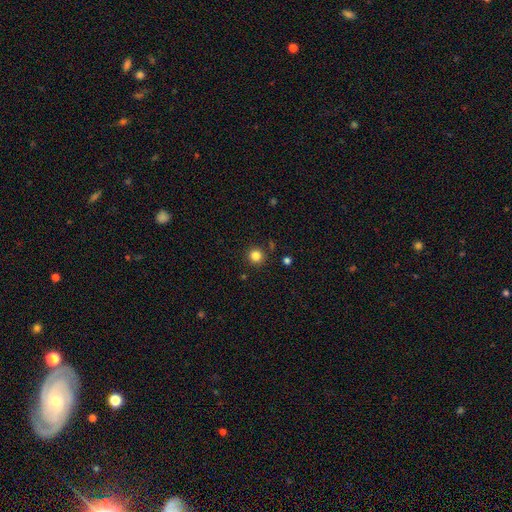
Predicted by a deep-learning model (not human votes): This is clearly a smooth galaxy (83%). How rounded: clearly round (95%). Merging: clearly none (90%).